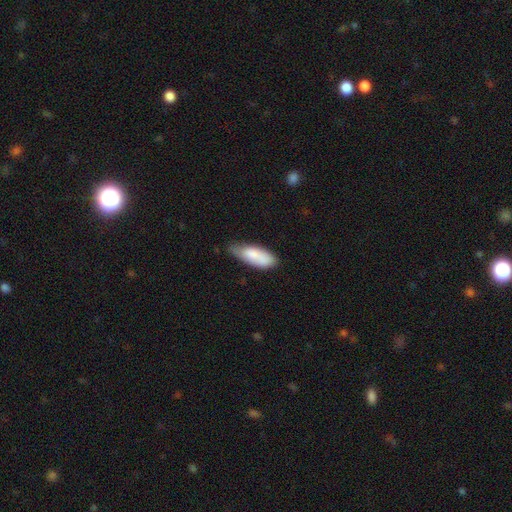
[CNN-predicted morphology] smooth-or-featured: smooth: 79% | featured or disk: 15% | star or artifact: 6%
  how-rounded: in between: 74% | cigar-shaped: 24% | round: 2%
  merging: none: 55% | minor disturbance: 35% | major disturbance: 7% | merger: 4%